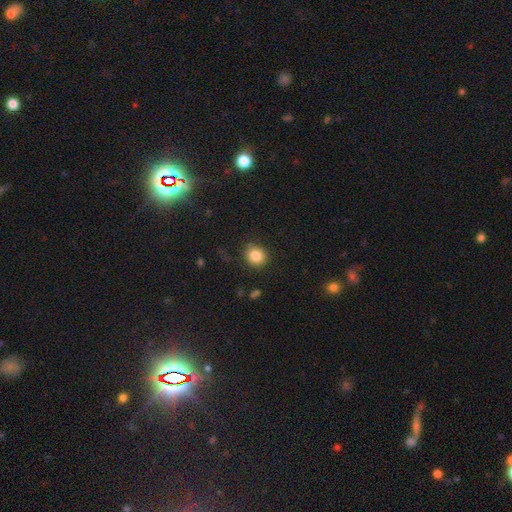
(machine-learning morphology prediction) Smooth or featured?
  - smooth: 85% *
  - star or artifact: 10%
  - featured or disk: 5%
How rounded?
  - round: 81% *
  - in between: 18%
  - cigar-shaped: 1%
Merging?
  - none: 83% *
  - minor disturbance: 12%
  - major disturbance: 3%
  - merger: 2%